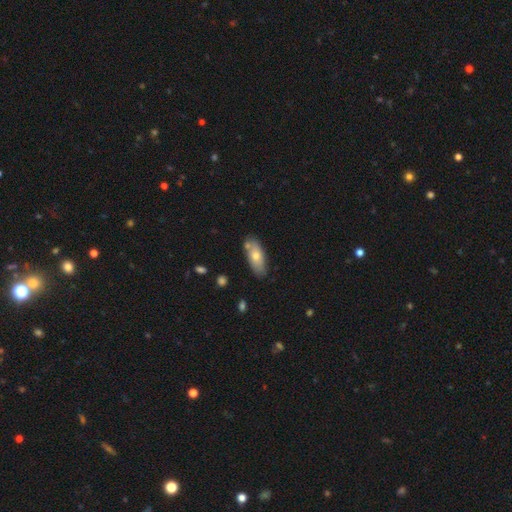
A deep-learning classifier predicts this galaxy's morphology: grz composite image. It shows a smooth galaxy with no disk features (65%) that is in between round and cigar-shaped (78%). Merging: none (76%).